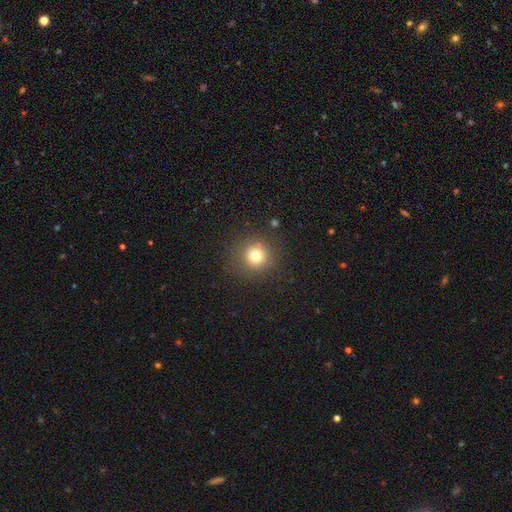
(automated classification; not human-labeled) Smooth or featured? Predicted: smooth (p=0.75). How rounded? Predicted: round (p=0.94). Merging? Predicted: none (p=0.88).